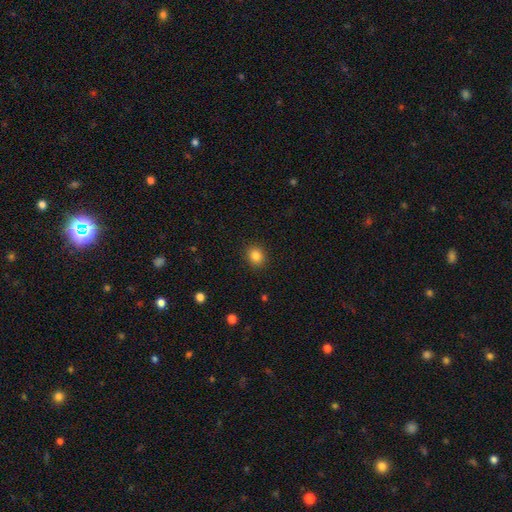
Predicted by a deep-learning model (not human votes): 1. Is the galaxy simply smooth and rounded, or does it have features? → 84% smooth, 11% star or artifact, 5% featured or disk.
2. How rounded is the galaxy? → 74% round, 25% in between, 1% cigar-shaped.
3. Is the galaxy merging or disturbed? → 90% none, 7% minor disturbance, 2% major disturbance, 1% merger.